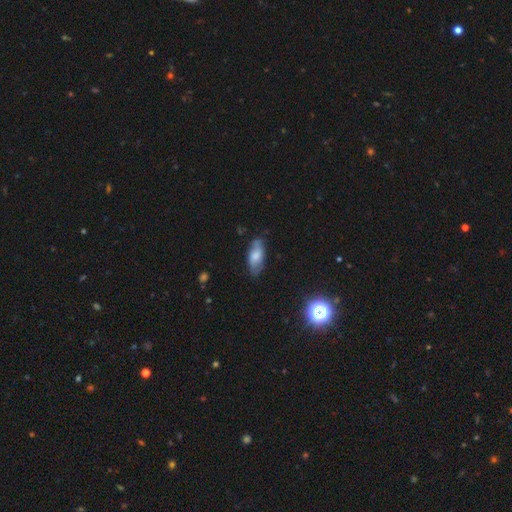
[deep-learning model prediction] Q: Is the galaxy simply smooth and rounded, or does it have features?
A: smooth — 61%.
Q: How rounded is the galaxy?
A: in between — 83%.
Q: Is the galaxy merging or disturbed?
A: none — 70%.